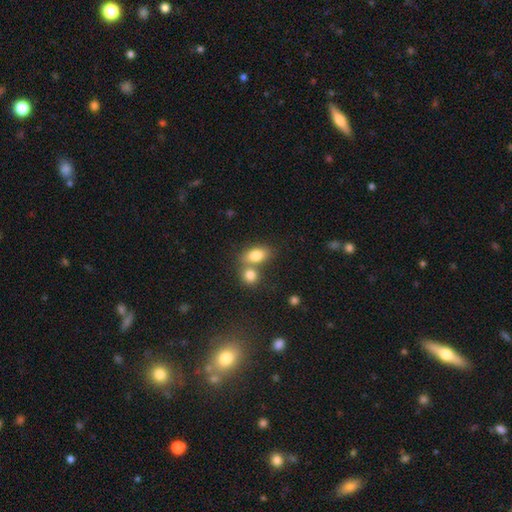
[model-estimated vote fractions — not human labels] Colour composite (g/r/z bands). It shows a smooth galaxy with no disk features (81%) that is in between round and cigar-shaped (81%). Merging: merger (47%).